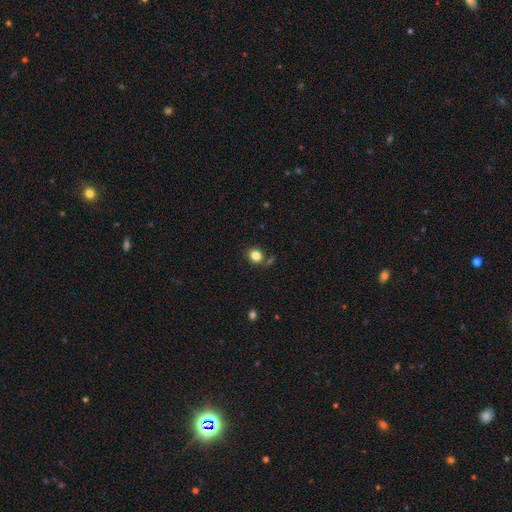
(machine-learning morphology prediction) This appears to be a smooth galaxy with no disk features (83%) that is round (71%). Merging: none (77%).